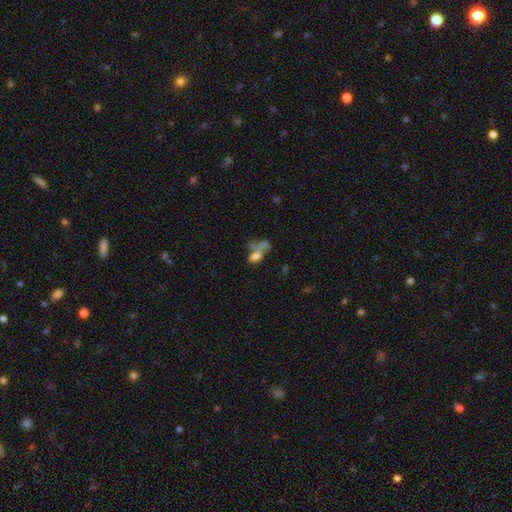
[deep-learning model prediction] smooth-or-featured: smooth: 63% | featured or disk: 22% | star or artifact: 14%
  how-rounded: in between: 76% | round: 13% | cigar-shaped: 11%
  merging: merger: 43% | none: 25% | major disturbance: 20% | minor disturbance: 12%